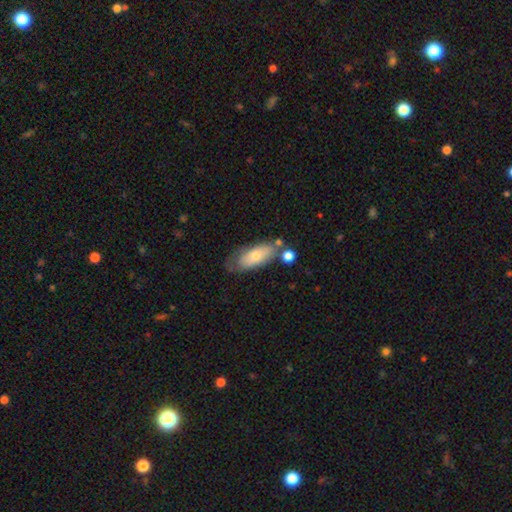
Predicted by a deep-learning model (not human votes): smooth_or_featured: smooth (p=0.65) [alt: featured or disk p=0.28]
how_rounded: in between (p=0.76) [alt: cigar-shaped p=0.21]
merging: none (p=0.51) [alt: minor disturbance p=0.26]